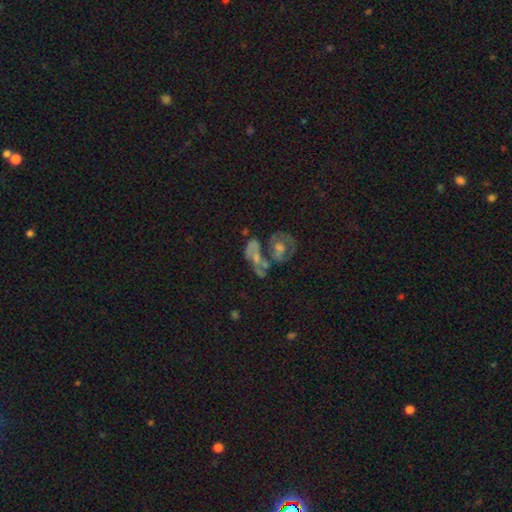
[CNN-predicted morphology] A featured or disk galaxy (54%) with no bar (78%), no spiral arms (59%) and a moderate central bulge (42%).

Vote fractions:
- Smooth or featured? featured or disk: 54% / smooth: 28% / star or artifact: 18%
- Edge-on disk? no: 95% / yes: 5%
- Bar? no: 78% / weak: 17% / strong: 6%
- Spiral arms? no: 59% / yes: 41%
- Bulge size? moderate: 42% / small: 30% / none: 19% / large: 7% / dominant: 3%
- Merging? merger: 53% / none: 20% / major disturbance: 17% / minor disturbance: 10%